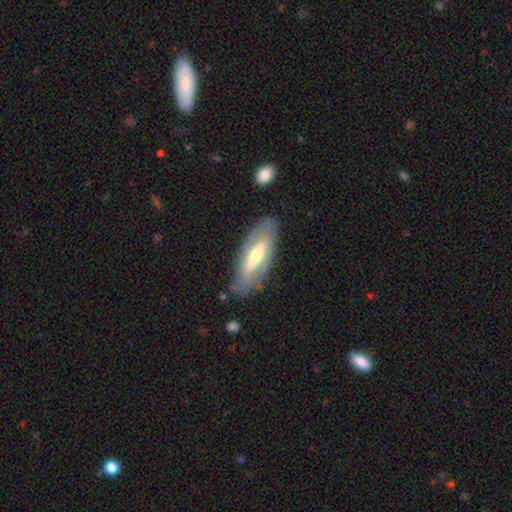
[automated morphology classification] Q: Smooth or featured?
A: featured or disk (60%); runner-up: smooth (34%)
Q: Edge-on disk?
A: no (73%); runner-up: yes (27%)
Q: Merging?
A: none (78%); runner-up: minor disturbance (15%)